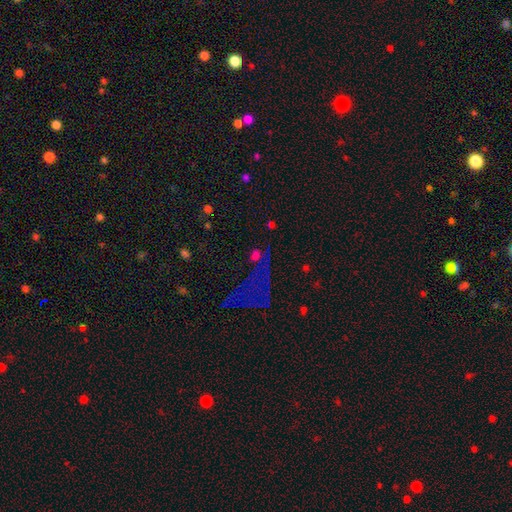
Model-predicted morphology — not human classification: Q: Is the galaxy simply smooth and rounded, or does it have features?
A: star or artifact — 47%.